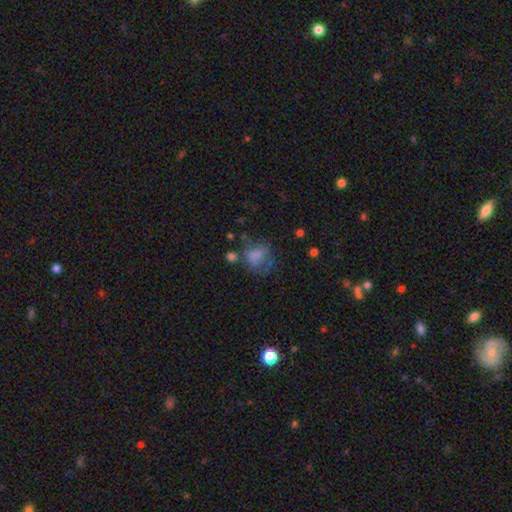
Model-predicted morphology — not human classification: Smooth or featured? smooth (64%)
How rounded? in between (50%)
Merging? none (36%)